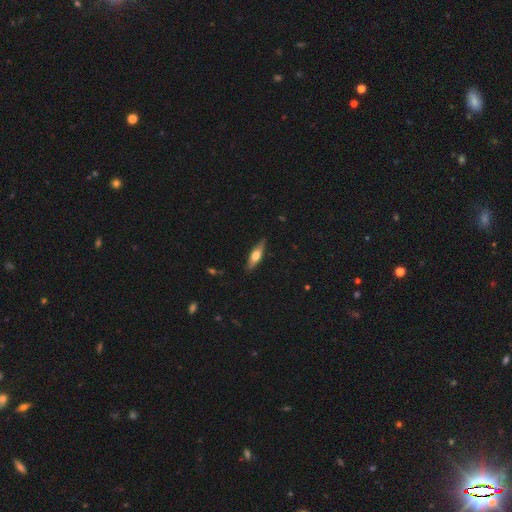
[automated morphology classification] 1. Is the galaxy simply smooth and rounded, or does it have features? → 52% featured or disk, 42% smooth, 6% star or artifact.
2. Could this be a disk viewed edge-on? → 91% yes, 9% no.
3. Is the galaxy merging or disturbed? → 87% none, 10% minor disturbance, 2% major disturbance, 1% merger.